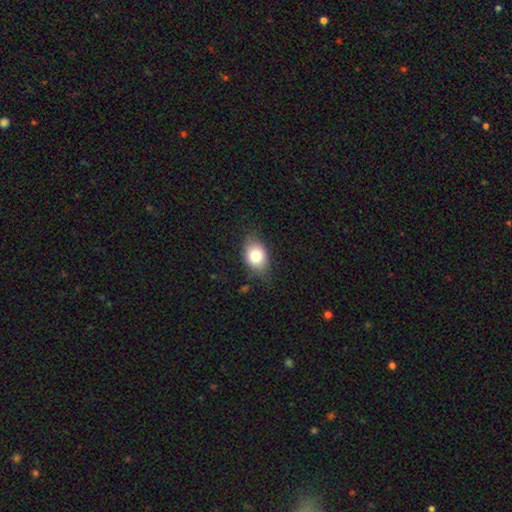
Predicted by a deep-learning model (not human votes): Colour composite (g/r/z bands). It shows a smooth galaxy with no disk features (77%) that is in between round and cigar-shaped (70%). Merging: none (75%).